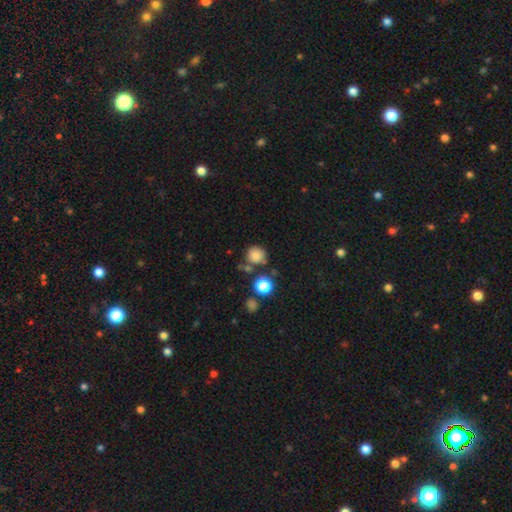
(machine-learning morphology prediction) Overall: smooth (80%). How rounded: round (89%). Merging: none (69%).